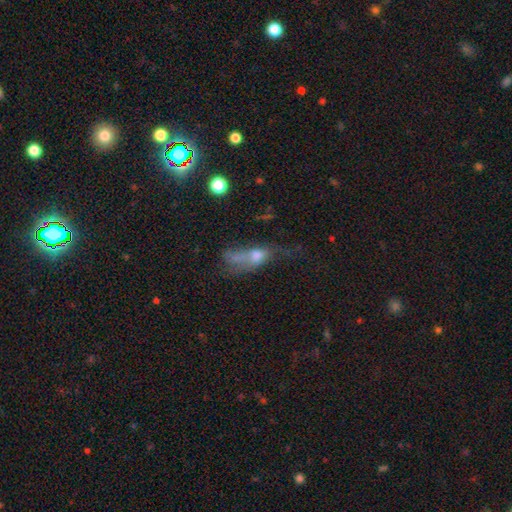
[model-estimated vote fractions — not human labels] Smooth or featured: featured or disk — 37% (smooth — 36%)
Merging: major disturbance — 33% (none — 31%)